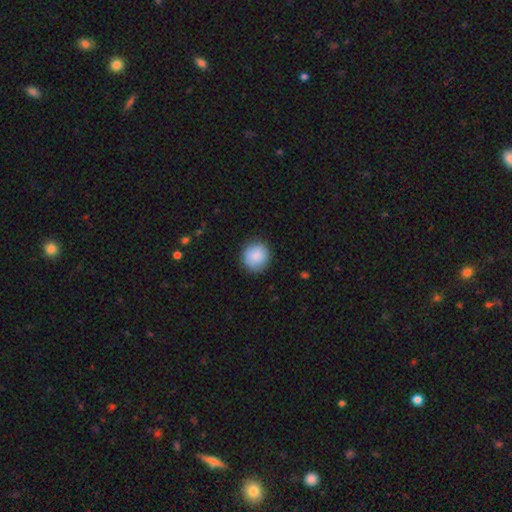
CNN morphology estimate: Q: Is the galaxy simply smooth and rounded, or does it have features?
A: smooth — 88%.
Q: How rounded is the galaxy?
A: round — 92%.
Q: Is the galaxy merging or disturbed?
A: none — 88%.